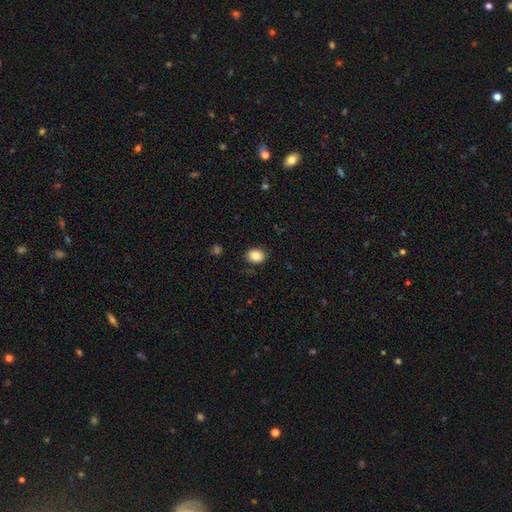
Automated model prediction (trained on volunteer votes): Smooth or featured? smooth (87%)
How rounded? in between (63%)
Merging? none (86%)